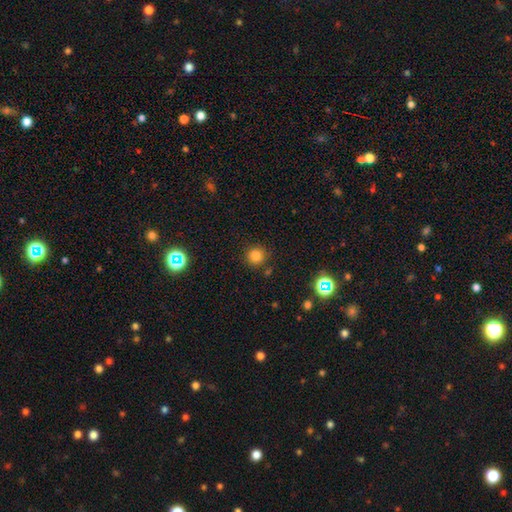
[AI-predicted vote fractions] A smooth galaxy with no disk features (80%) that is round (93%). Merging: none (85%).